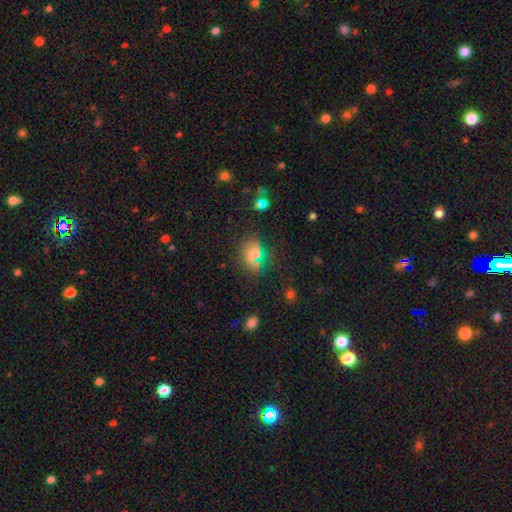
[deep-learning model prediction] A smooth galaxy with no disk features (65%) that is in between round and cigar-shaped (53%). Merging: none (75%).